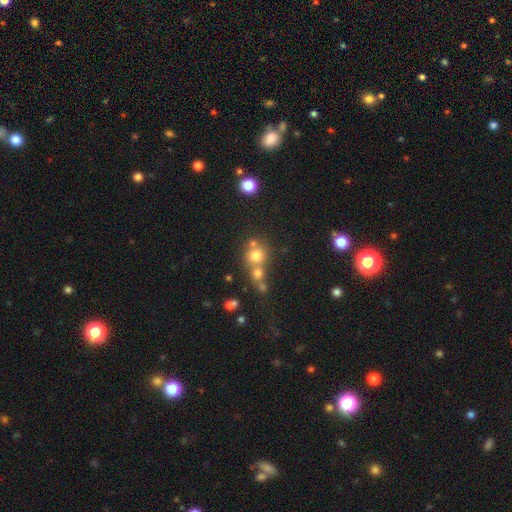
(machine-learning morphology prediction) This is likely a smooth galaxy (71%). How rounded: clearly round (85%). Merging: possibly none (48%).